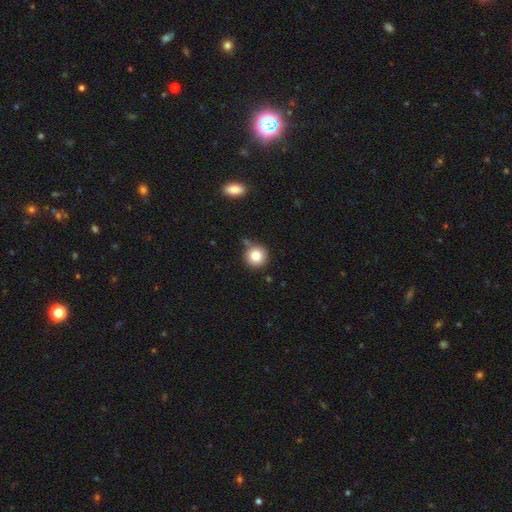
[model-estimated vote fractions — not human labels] A smooth galaxy with no disk features (83%) that is round (93%). Merging: none (76%).